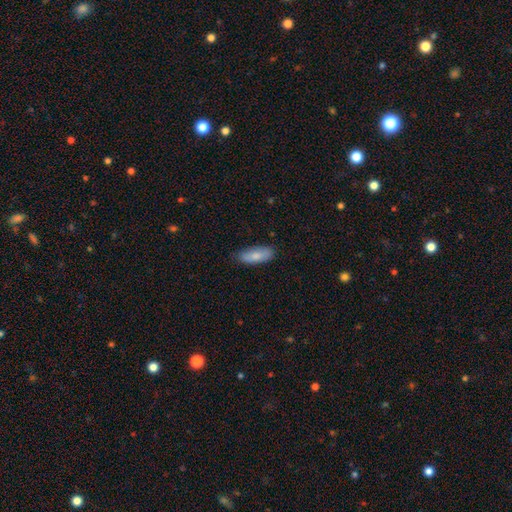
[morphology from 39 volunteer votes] smooth_or_featured: smooth (p=0.77) [alt: featured or disk p=0.23]
how_rounded: in between (p=0.90) [alt: cigar-shaped p=0.10]
merging: none (p=0.85) [alt: minor disturbance p=0.15]